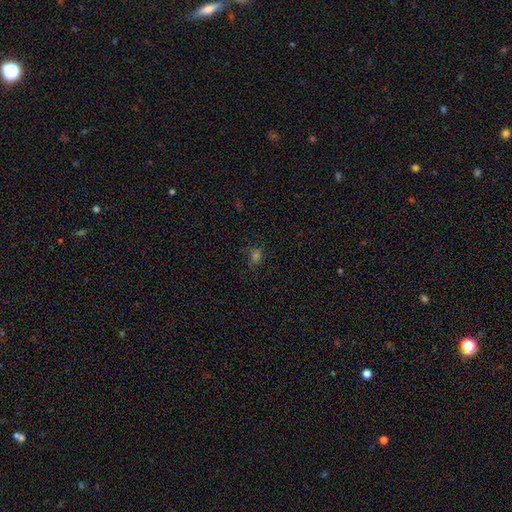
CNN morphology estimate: Q: Smooth or featured?
A: smooth (52%); runner-up: star or artifact (38%)
Q: How rounded?
A: round (59%); runner-up: in between (39%)
Q: Merging?
A: none (72%); runner-up: minor disturbance (17%)